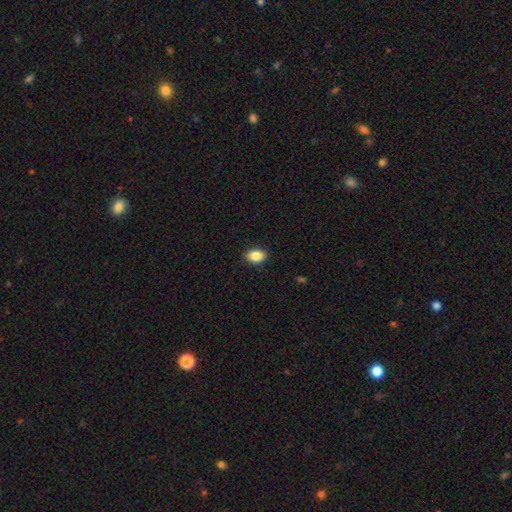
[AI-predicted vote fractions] A smooth galaxy with no disk features (87%) that is in between round and cigar-shaped (83%).

Vote fractions:
- Smooth or featured? smooth: 87% / star or artifact: 8% / featured or disk: 5%
- How rounded? in between: 83% / round: 15% / cigar-shaped: 1%
- Merging? none: 89% / minor disturbance: 8% / major disturbance: 2% / merger: 1%